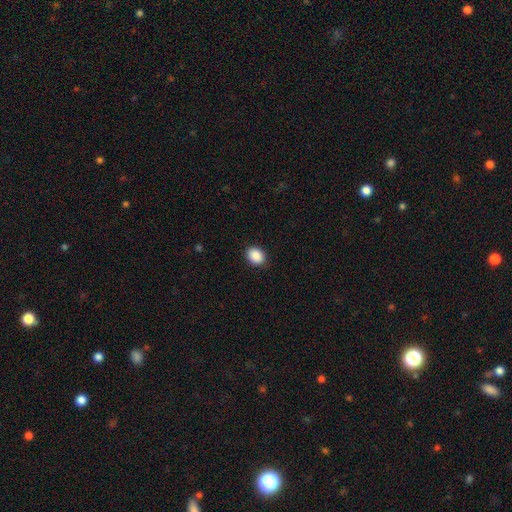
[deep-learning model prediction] Smooth or featured? smooth (89%)
How rounded? in between (54%)
Merging? none (89%)